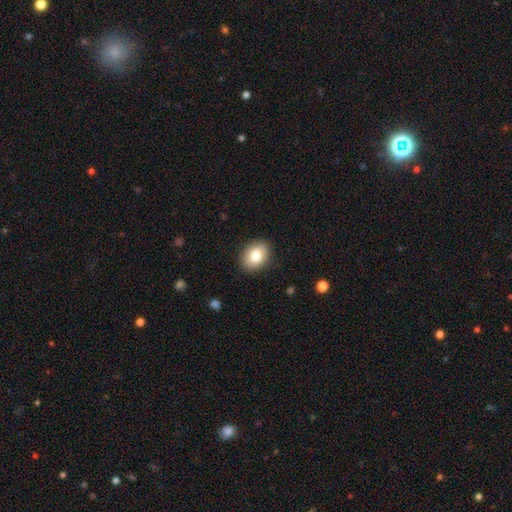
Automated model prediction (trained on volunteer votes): smooth-or-featured: smooth: 82% | featured or disk: 10% | star or artifact: 8%
  how-rounded: in between: 67% | round: 32% | cigar-shaped: 1%
  merging: none: 89% | minor disturbance: 8% | major disturbance: 2% | merger: 1%